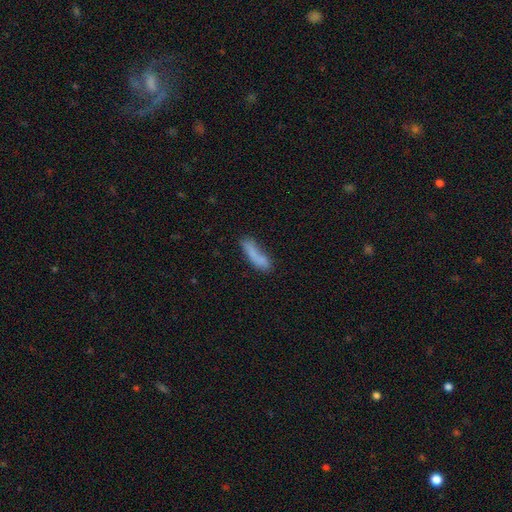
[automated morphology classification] Smooth or featured? smooth (75%)
How rounded? cigar-shaped (67%)
Merging? none (57%)